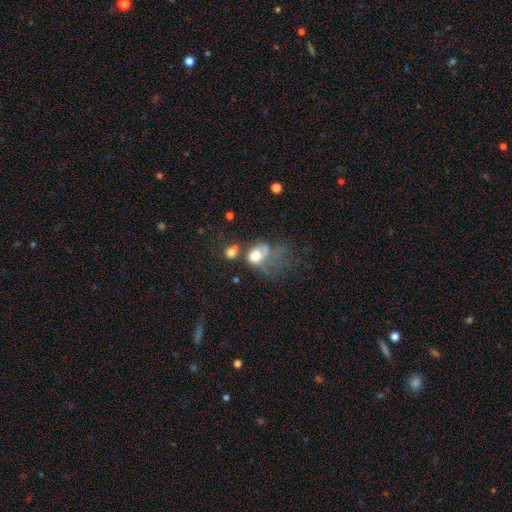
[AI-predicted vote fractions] Smooth or featured? smooth (44%)
Merging? none (35%)